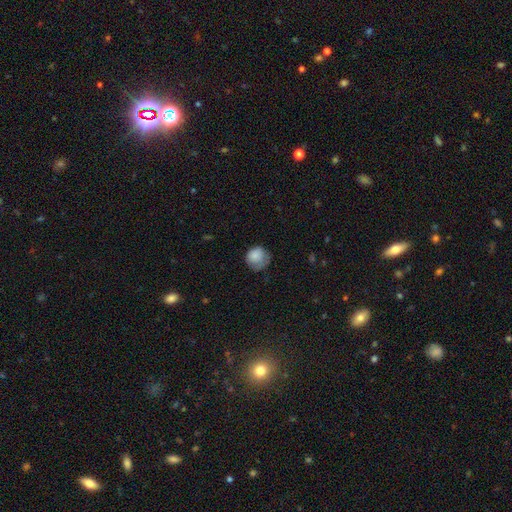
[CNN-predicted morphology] smooth_or_featured: smooth (p=0.82) [alt: featured or disk p=0.10]
how_rounded: round (p=0.80) [alt: in between p=0.19]
merging: none (p=0.52) [alt: minor disturbance p=0.32]